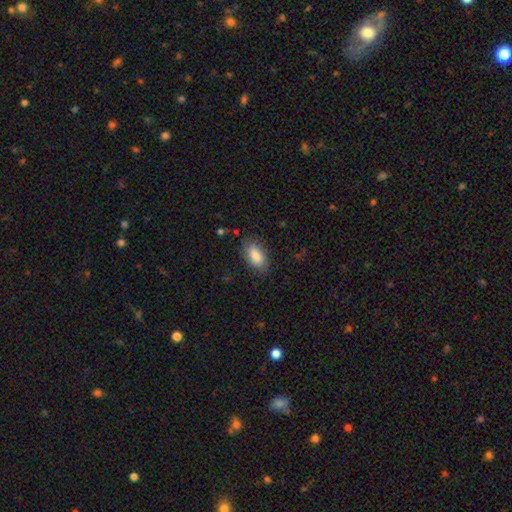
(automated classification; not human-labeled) Smooth or featured? smooth (86%)
How rounded? in between (92%)
Merging? none (79%)